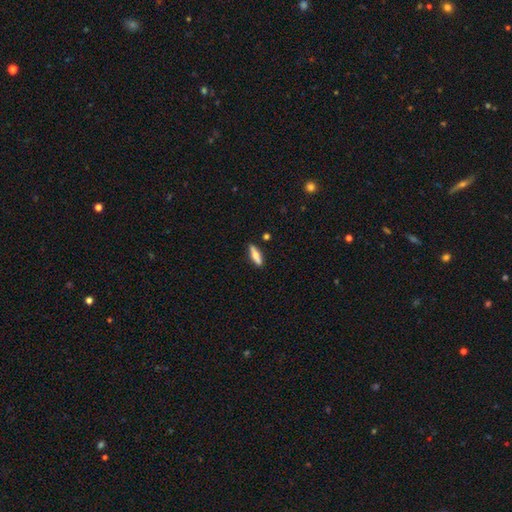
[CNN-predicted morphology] This appears to be a smooth galaxy with no disk features (67%) that is cigar-shaped (66%). Merging: none (84%).